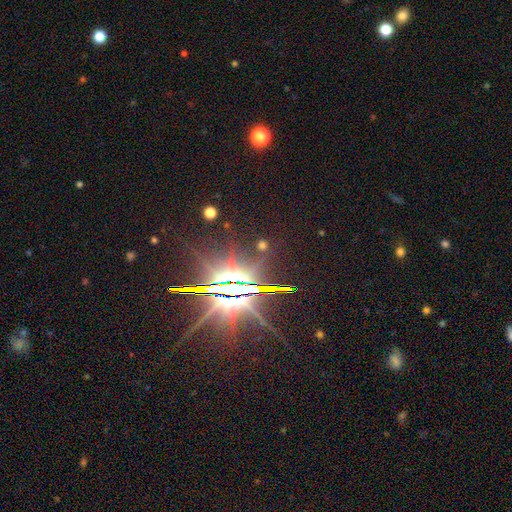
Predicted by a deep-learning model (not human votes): Smooth or featured? Predicted: star or artifact (p=0.82).